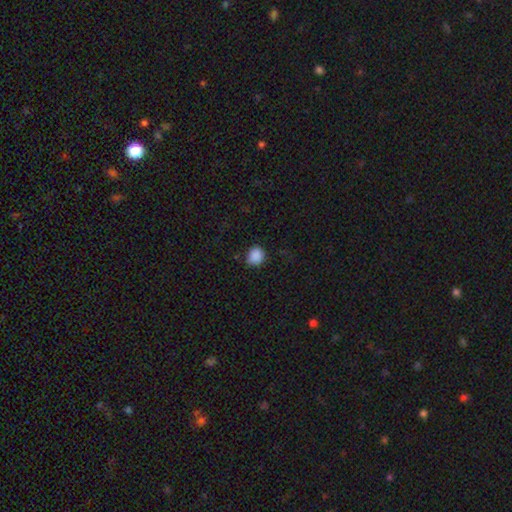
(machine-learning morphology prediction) Smooth or featured? Predicted: smooth (p=0.88). How rounded? Predicted: round (p=0.75). Merging? Predicted: none (p=0.81).